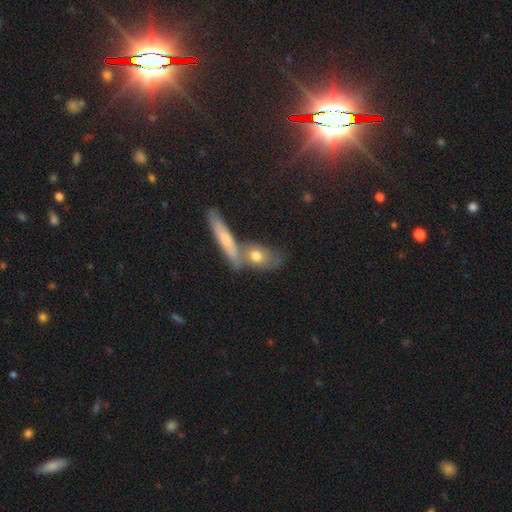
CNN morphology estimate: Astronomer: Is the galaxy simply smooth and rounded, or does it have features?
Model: smooth — 56% (runner-up: featured or disk, 34%).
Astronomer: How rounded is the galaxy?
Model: in between — 44% (runner-up: cigar-shaped, 40%).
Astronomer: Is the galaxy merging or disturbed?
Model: none — 55%.